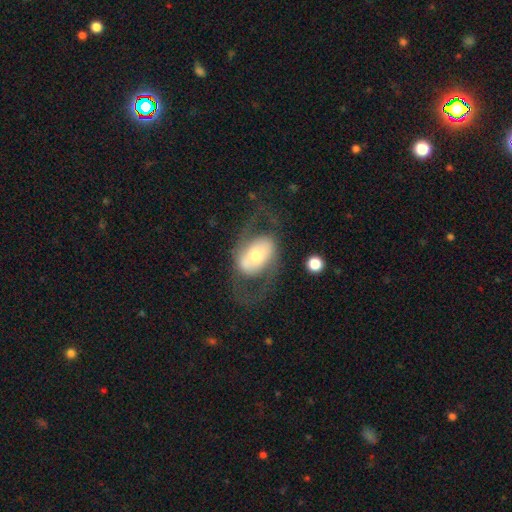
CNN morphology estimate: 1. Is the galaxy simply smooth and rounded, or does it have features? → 66% featured or disk, 28% smooth, 6% star or artifact.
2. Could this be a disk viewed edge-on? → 94% no, 6% yes.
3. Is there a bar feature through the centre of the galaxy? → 49% no, 27% weak, 23% strong.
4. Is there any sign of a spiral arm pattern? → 62% yes, 38% no.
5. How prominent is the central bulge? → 63% moderate, 17% small, 15% large, 3% dominant, 1% none.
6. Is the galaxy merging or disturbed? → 64% none, 19% major disturbance, 15% minor disturbance, 2% merger.